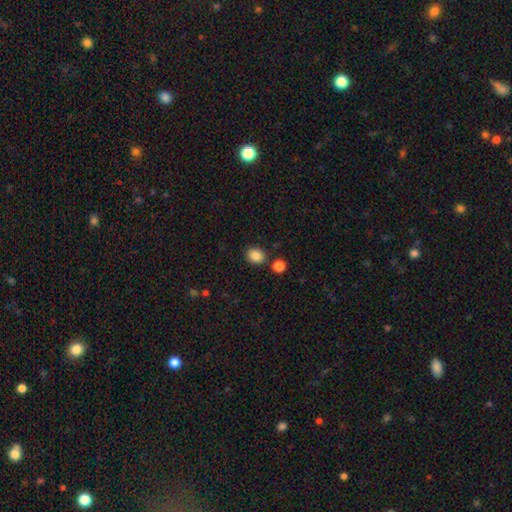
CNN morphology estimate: Smooth or featured? Predicted: smooth (p=0.85). How rounded? Predicted: round (p=0.59). Merging? Predicted: none (p=0.84).